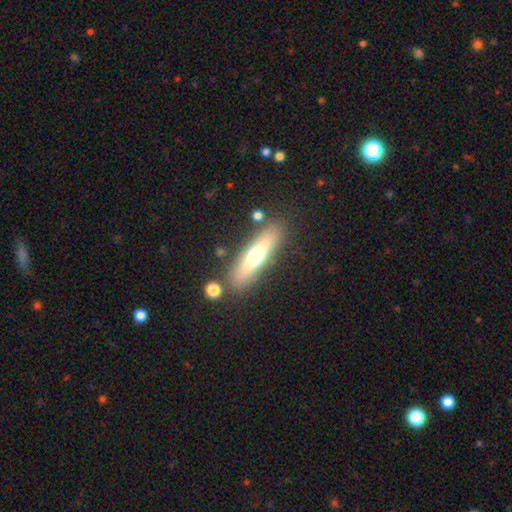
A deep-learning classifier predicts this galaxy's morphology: smooth 54%, featured or disk 39%, star or artifact 7%. Down the decision tree: how rounded — cigar-shaped (69%); merging — none (82%).